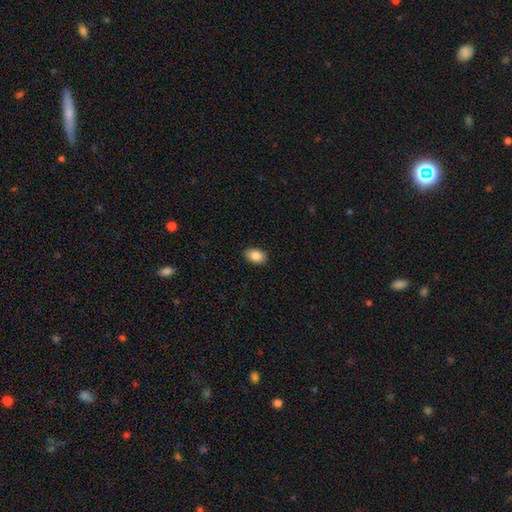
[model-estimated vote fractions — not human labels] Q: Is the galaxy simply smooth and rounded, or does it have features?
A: smooth — 87%.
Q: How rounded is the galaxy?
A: in between — 87%.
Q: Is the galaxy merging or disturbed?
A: none — 87%.